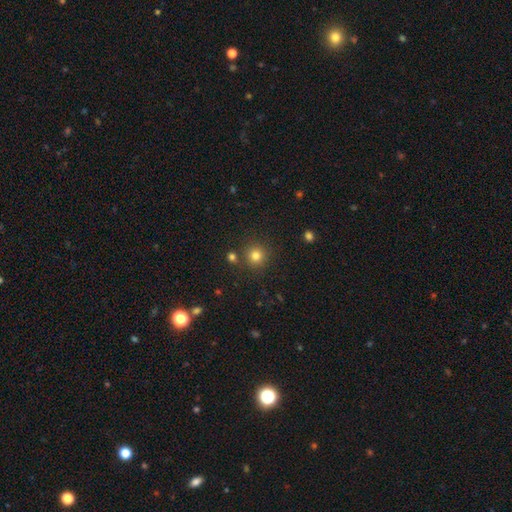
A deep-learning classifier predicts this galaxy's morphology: This appears to be a smooth galaxy with no disk features (80%) that is round (94%). Merging: none (84%).